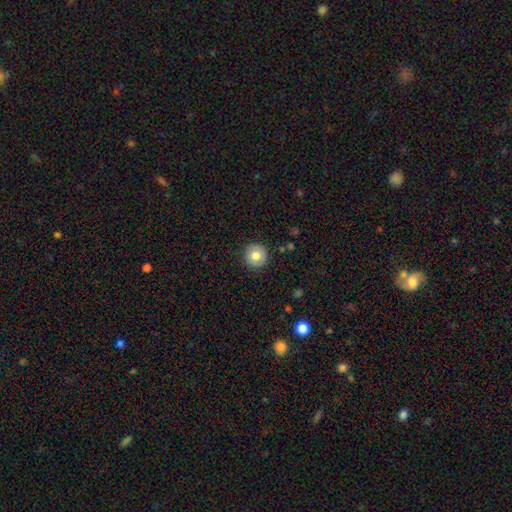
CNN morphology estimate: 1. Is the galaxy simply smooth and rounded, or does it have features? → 74% smooth, 17% featured or disk, 8% star or artifact.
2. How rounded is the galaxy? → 93% round, 6% in between, 1% cigar-shaped.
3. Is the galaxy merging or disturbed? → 87% none, 9% minor disturbance, 2% major disturbance, 1% merger.